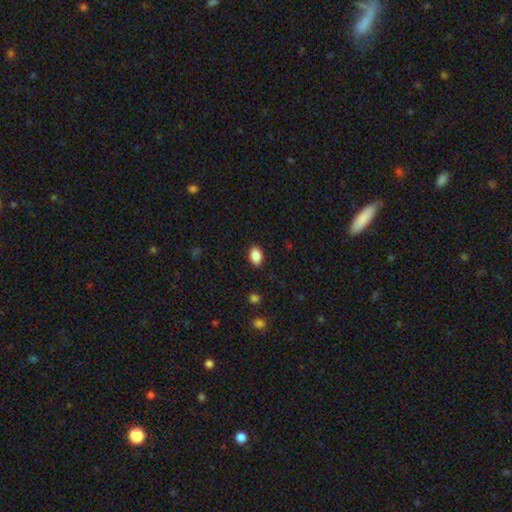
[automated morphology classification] smooth_or_featured: smooth (p=0.88) [alt: star or artifact p=0.08]
how_rounded: in between (p=0.88) [alt: round p=0.10]
merging: none (p=0.88) [alt: minor disturbance p=0.09]